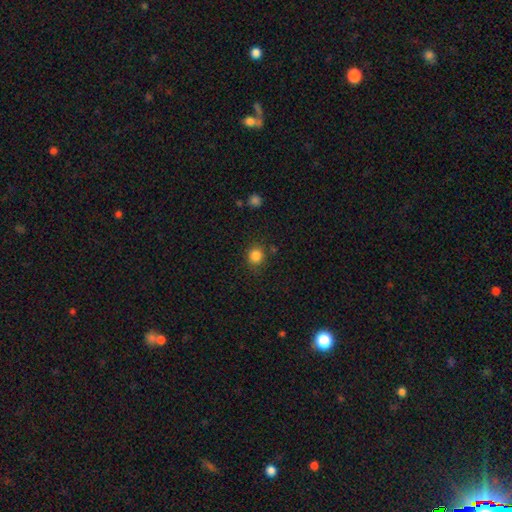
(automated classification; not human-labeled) Overall: smooth (85%). How rounded: round (88%). Merging: none (83%).